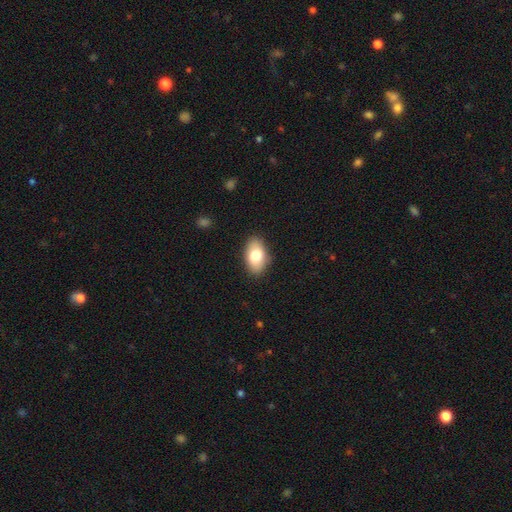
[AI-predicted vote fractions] This appears to be a smooth galaxy with no disk features (77%) that is in between round and cigar-shaped (92%). Merging: none (86%).